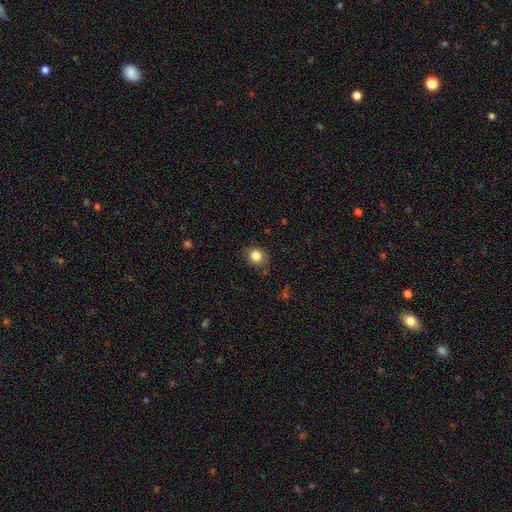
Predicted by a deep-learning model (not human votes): This is clearly a smooth galaxy (84%). How rounded: clearly round (82%). Merging: clearly none (82%).